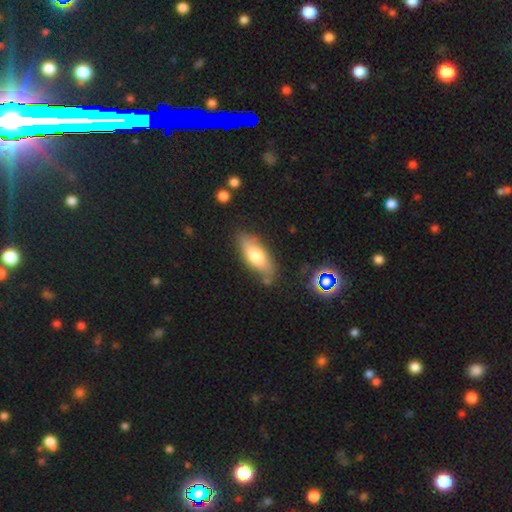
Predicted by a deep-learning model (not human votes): smooth 69%, featured or disk 23%, star or artifact 7%. Down the decision tree: how rounded — in between (74%); merging — none (76%).